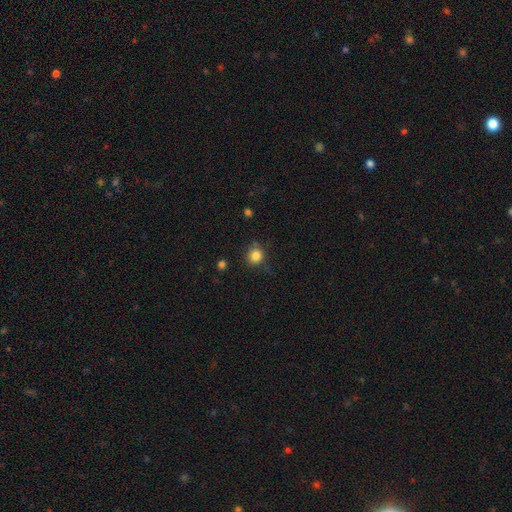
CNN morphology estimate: A smooth galaxy with no disk features (83%) that is round (88%).

Vote fractions:
- Smooth or featured? smooth: 83% / star or artifact: 11% / featured or disk: 5%
- How rounded? round: 88% / in between: 11% / cigar-shaped: 1%
- Merging? none: 78% / minor disturbance: 15% / major disturbance: 4% / merger: 3%